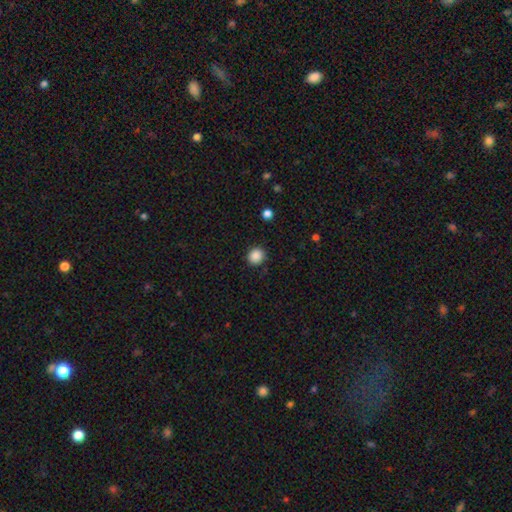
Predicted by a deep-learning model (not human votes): A smooth galaxy with no disk features (88%) that is round (87%). Merging: none (89%).